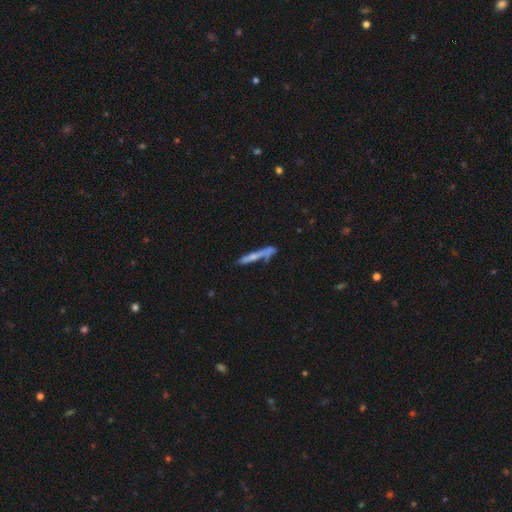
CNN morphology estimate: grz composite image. It shows a featured or disk galaxy (46%, tied with smooth). Merging: none (63%).